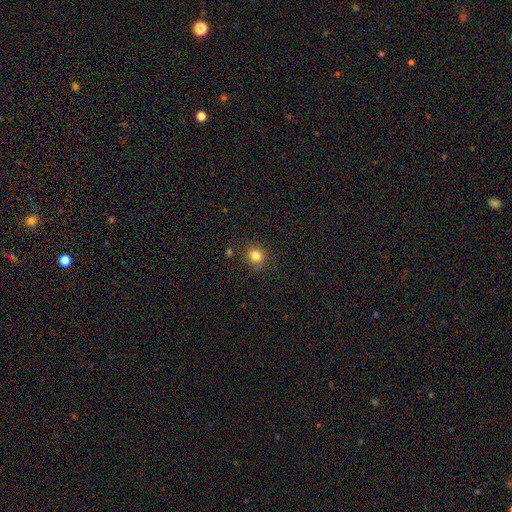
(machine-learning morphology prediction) This is clearly a smooth galaxy (82%). How rounded: clearly round (86%). Merging: clearly none (84%).